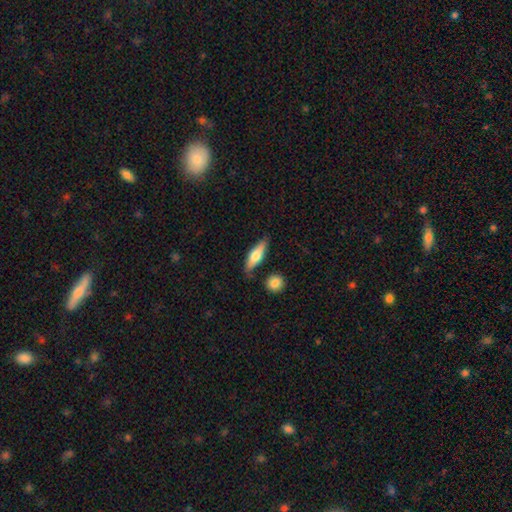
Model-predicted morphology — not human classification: Q: Smooth or featured?
A: smooth (61%); runner-up: featured or disk (33%)
Q: How rounded?
A: cigar-shaped (52%); runner-up: in between (45%)
Q: Merging?
A: none (77%); runner-up: minor disturbance (14%)